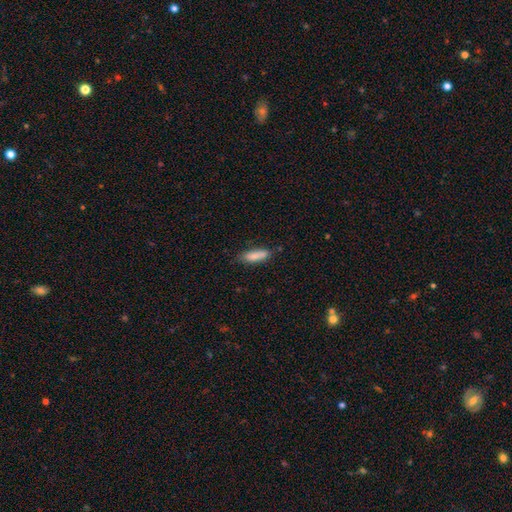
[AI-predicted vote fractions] A smooth galaxy with no disk features (84%) that is cigar-shaped (54%).

Vote fractions:
- Smooth or featured? smooth: 84% / featured or disk: 10% / star or artifact: 7%
- How rounded? cigar-shaped: 54% / in between: 44% / round: 2%
- Merging? none: 75% / minor disturbance: 18% / merger: 4% / major disturbance: 3%